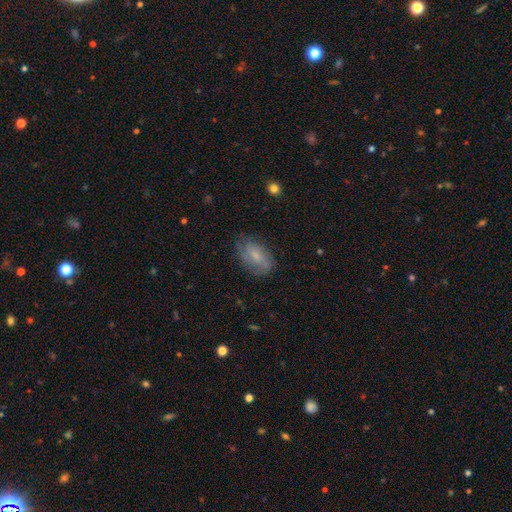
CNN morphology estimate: Smooth or featured? smooth (60%)
How rounded? in between (90%)
Merging? none (68%)